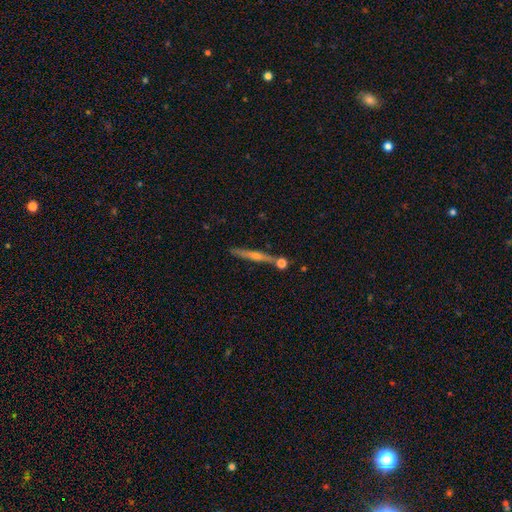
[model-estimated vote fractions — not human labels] This is likely a featured or disk galaxy (70%). It is clearly viewed edge-on (94%). Edge-on bulge: likely rounded (79%). Merging: likely none (76%).